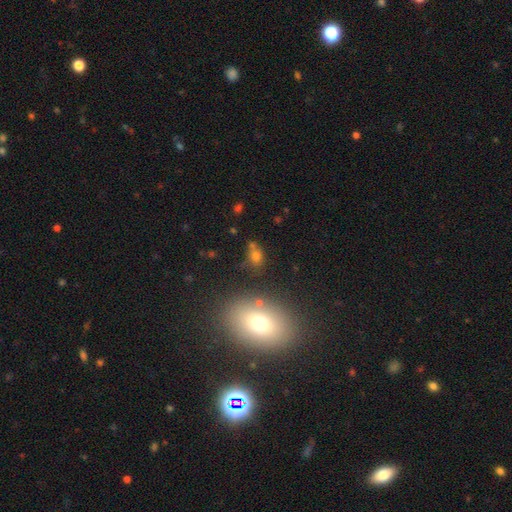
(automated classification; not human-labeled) The model was most divided on "how rounded": in between: 61%, round: 35%, cigar-shaped: 4%. More confident: smooth or featured — smooth (66%); merging — none (60%).